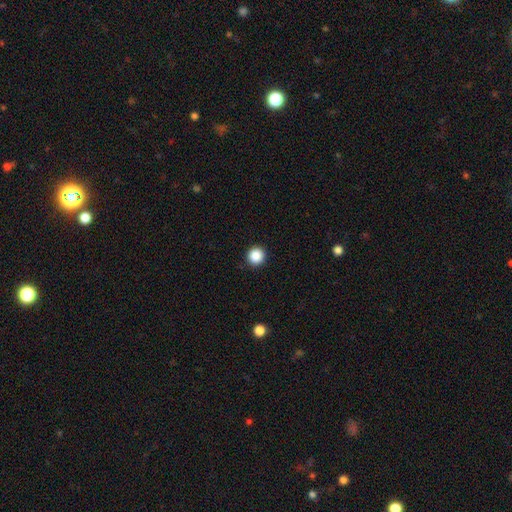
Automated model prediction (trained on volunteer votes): Smooth or featured? Predicted: smooth (p=0.88). How rounded? Predicted: round (p=0.95). Merging? Predicted: none (p=0.93).